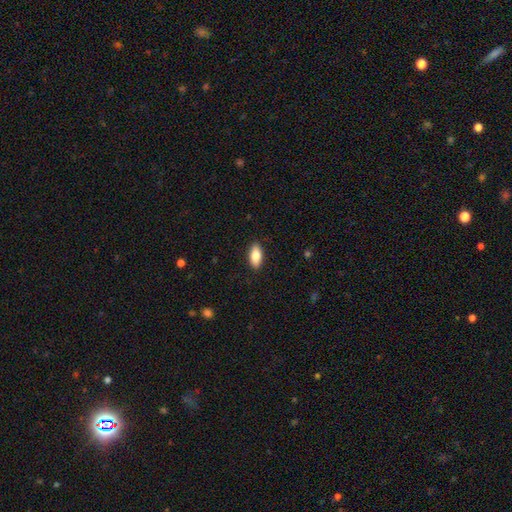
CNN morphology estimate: type=smooth (83%); roundness=in between (89%); merging=none (89%).